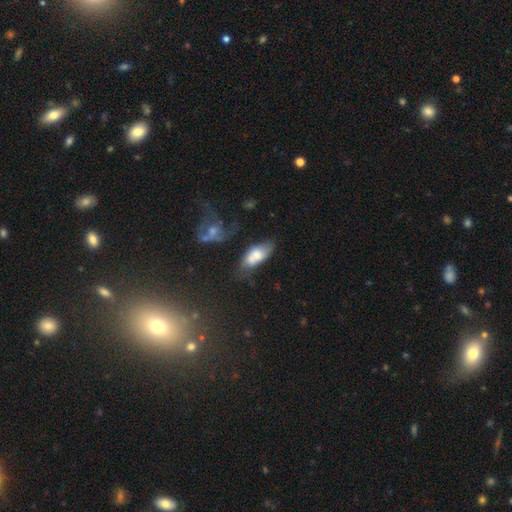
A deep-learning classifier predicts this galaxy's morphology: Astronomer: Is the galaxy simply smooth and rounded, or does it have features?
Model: smooth — 65%.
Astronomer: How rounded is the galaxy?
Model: in between — 86%.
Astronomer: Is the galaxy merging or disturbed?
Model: none — 41% (runner-up: minor disturbance, 28%).